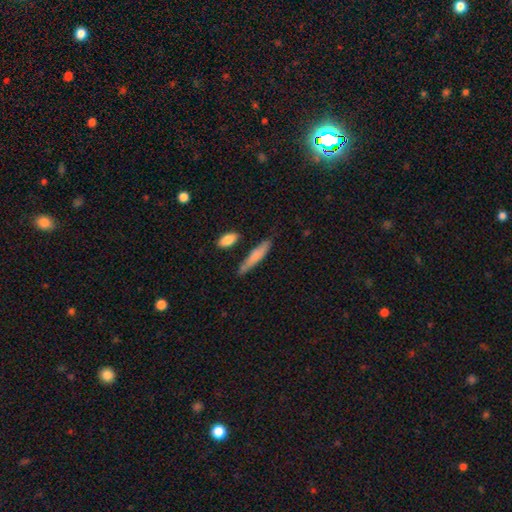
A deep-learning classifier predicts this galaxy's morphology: A smooth galaxy with no disk features (75%) that is cigar-shaped (84%).

Vote fractions:
- Smooth or featured? smooth: 75% / featured or disk: 19% / star or artifact: 6%
- How rounded? cigar-shaped: 84% / in between: 14% / round: 2%
- Merging? none: 73% / minor disturbance: 18% / merger: 5% / major disturbance: 4%